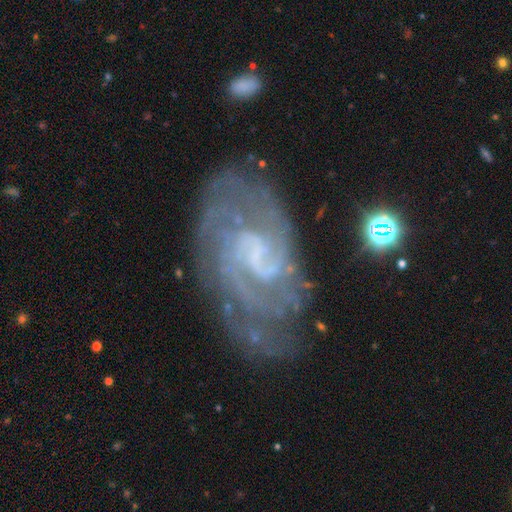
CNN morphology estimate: This appears to be a featured or disk galaxy (86%) with a weak bar (50%), 2 (37%) tight (51%) spiral arms (95%) and no central bulge (43%). Merging: none (67%).